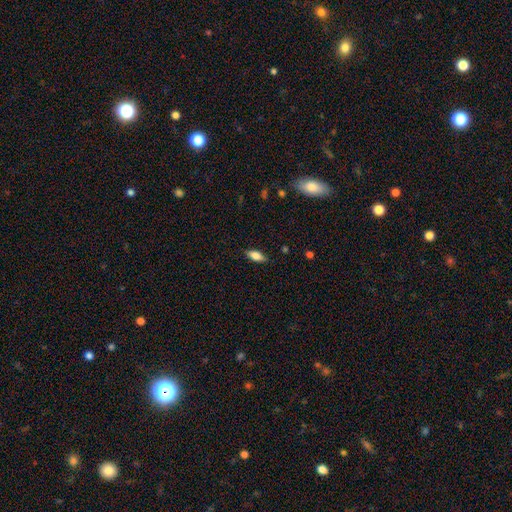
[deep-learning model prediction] smooth_or_featured: smooth (p=0.75) [alt: featured or disk p=0.18]
how_rounded: in between (p=0.81) [alt: cigar-shaped p=0.16]
merging: none (p=0.85) [alt: minor disturbance p=0.11]